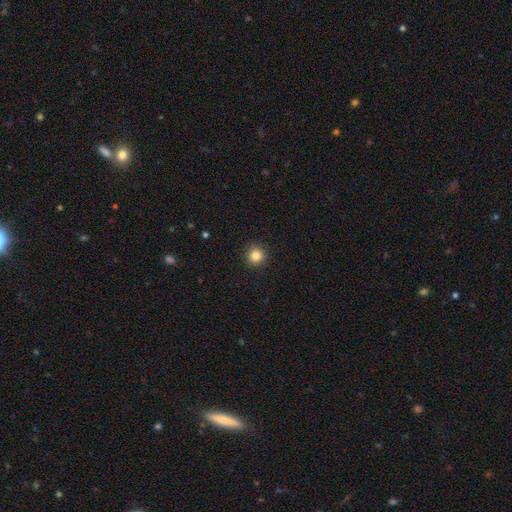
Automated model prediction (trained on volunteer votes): Smooth or featured?
  - smooth: 84% *
  - star or artifact: 11%
  - featured or disk: 5%
How rounded?
  - round: 95% *
  - in between: 4%
  - cigar-shaped: 1%
Merging?
  - none: 92% *
  - minor disturbance: 6%
  - major disturbance: 2%
  - merger: 1%